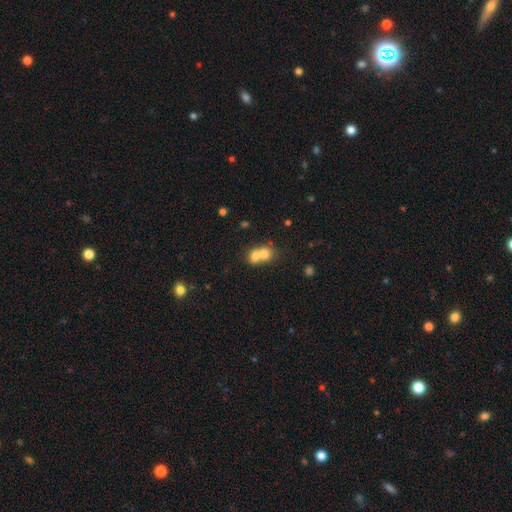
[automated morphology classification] This appears to be a smooth galaxy with no disk features (70%) that is round (61%). Merging: merger (72%).